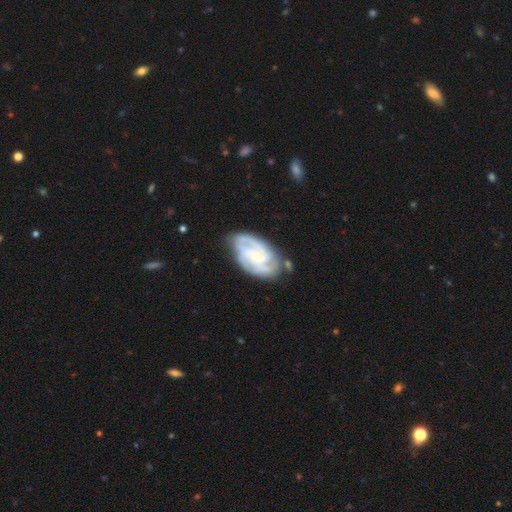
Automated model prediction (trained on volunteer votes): The model was most divided on "spiral winding": tight: 55%, medium: 38%, loose: 7%. Remaining: edge-on disk — no (97%); spiral arms — yes (97%); smooth or featured — featured or disk (86%); bulge size — small (71%); merging — none (69%); bar — no (58%); spiral arm count — 3 (40%).